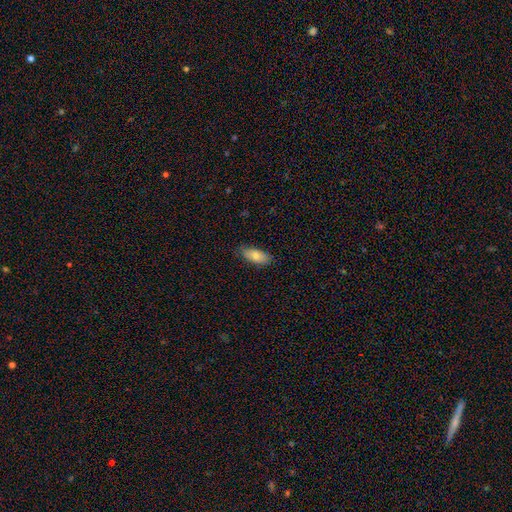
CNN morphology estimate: smooth-or-featured: smooth: 80% | featured or disk: 14% | star or artifact: 6%
  how-rounded: in between: 86% | cigar-shaped: 12% | round: 2%
  merging: none: 83% | minor disturbance: 14% | major disturbance: 2% | merger: 1%